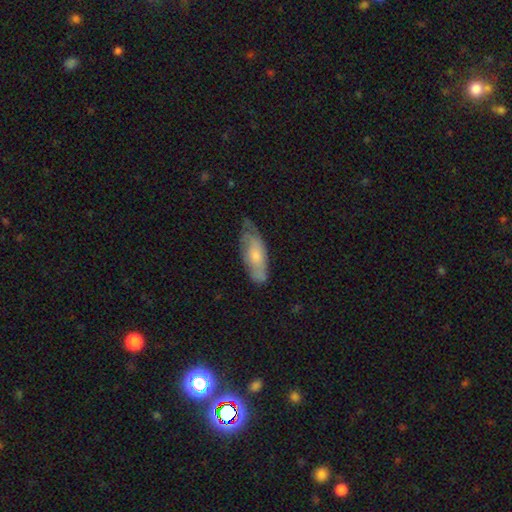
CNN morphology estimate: The model was most divided on "merging": none: 51%, minor disturbance: 36%, major disturbance: 11%, merger: 2%. More confident: how rounded — in between (72%); smooth or featured — smooth (55%).